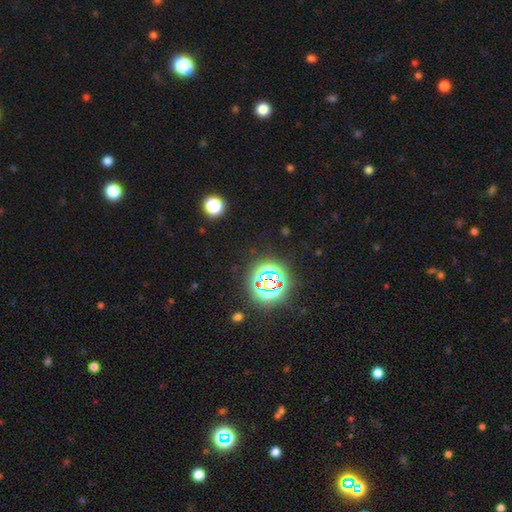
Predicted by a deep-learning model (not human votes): Morphology: type=star or artifact (79%).